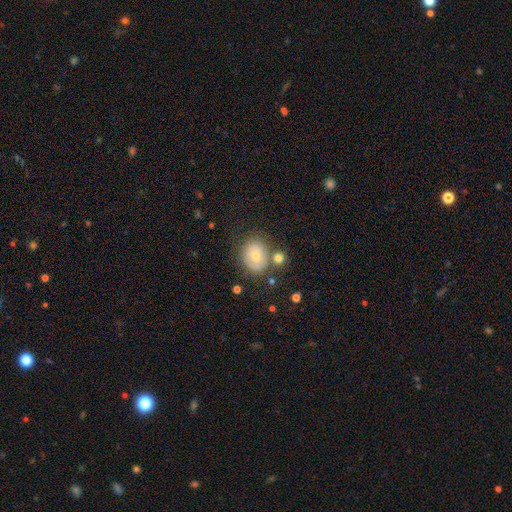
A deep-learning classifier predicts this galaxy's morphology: Smooth or featured? Predicted: smooth (p=0.70). How rounded? Predicted: round (p=0.51). Merging? Predicted: none (p=0.65).